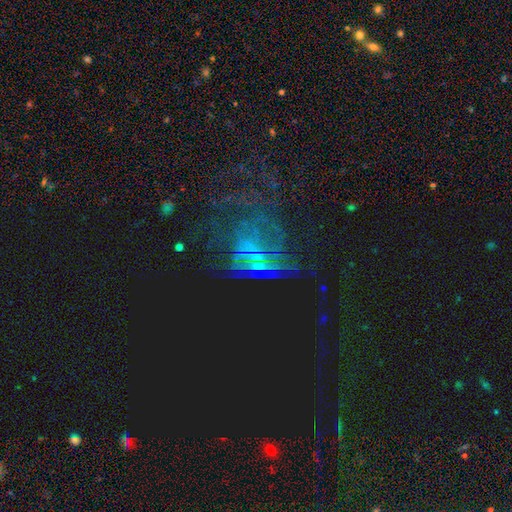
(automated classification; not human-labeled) smooth-or-featured: star or artifact: 63% | featured or disk: 22% | smooth: 15%